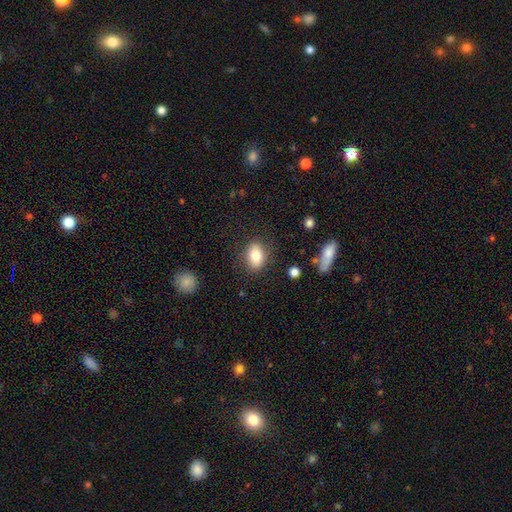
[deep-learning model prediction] A smooth galaxy with no disk features (80%) that is in between round and cigar-shaped (79%). Merging: none (82%).